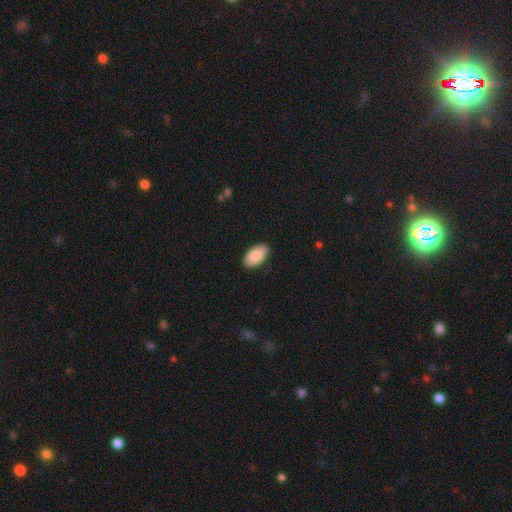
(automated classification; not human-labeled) smooth_or_featured: smooth (p=0.87) [alt: featured or disk p=0.07]
how_rounded: in between (p=0.96) [alt: round p=0.03]
merging: none (p=0.88) [alt: minor disturbance p=0.09]